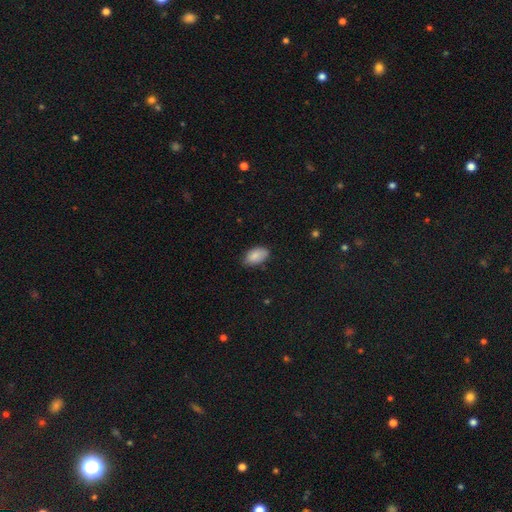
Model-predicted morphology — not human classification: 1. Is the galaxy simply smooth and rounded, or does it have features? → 86% smooth, 7% featured or disk, 7% star or artifact.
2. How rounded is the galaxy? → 93% in between, 5% round, 2% cigar-shaped.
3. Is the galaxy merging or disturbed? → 74% none, 22% minor disturbance, 3% major disturbance, 1% merger.